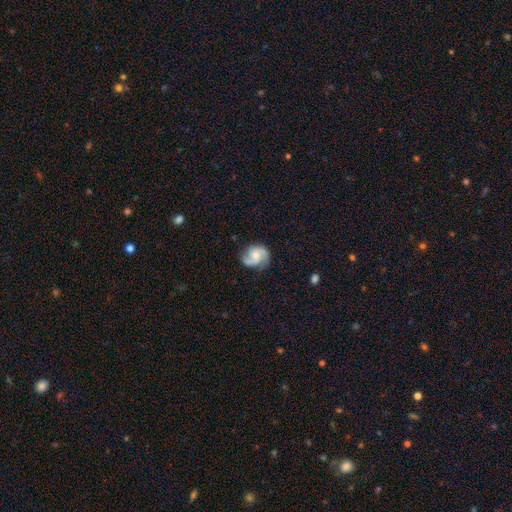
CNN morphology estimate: Overall: featured or disk (82%). Edge-on disk: no (98%). Bar: no (63%; weak 32%). Spiral arms: yes (97%). Spiral arm count: 2 (86%). Spiral winding: medium (51%; tight 28%). Bulge size: moderate (49%; small 41%). Merging: none (73%).